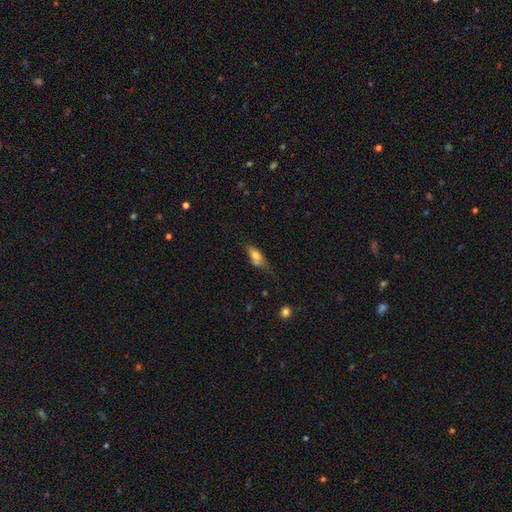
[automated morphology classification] Overall: smooth (67%). How rounded: in between (76%). Merging: none (45%; minor disturbance 32%).